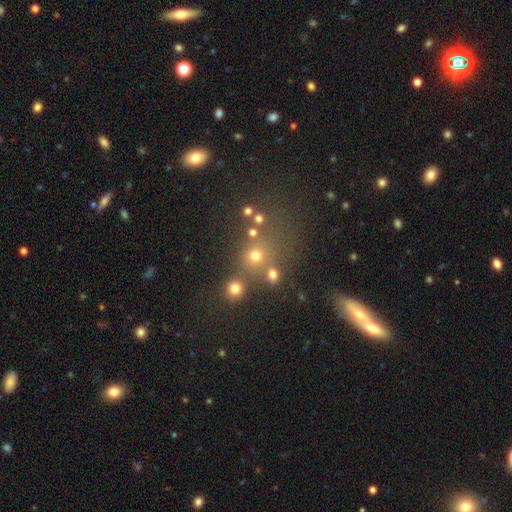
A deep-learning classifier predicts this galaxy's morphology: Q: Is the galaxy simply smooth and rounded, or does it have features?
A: smooth — 63%.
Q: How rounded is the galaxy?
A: round — 83%.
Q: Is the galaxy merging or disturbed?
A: none — 63%.